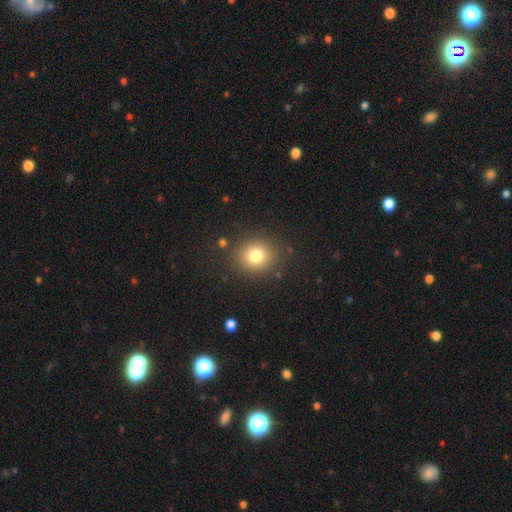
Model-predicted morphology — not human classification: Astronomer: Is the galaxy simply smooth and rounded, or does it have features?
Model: smooth — 78%.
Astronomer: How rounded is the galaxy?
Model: round — 83%.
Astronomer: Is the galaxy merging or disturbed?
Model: none — 87%.